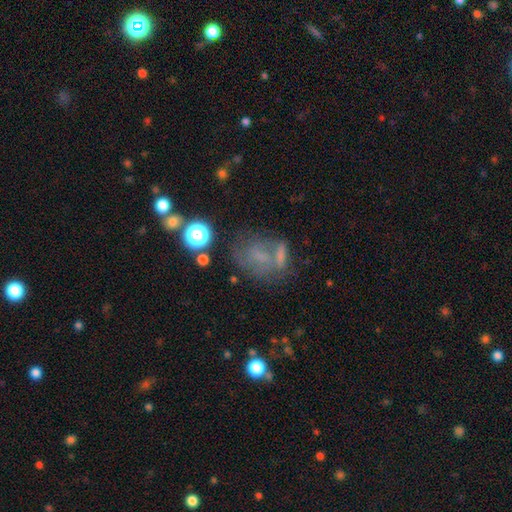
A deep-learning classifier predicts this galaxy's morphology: smooth-or-featured: smooth: 48% | featured or disk: 29% | star or artifact: 22%
  merging: none: 41% | major disturbance: 20% | merger: 19% | minor disturbance: 19%